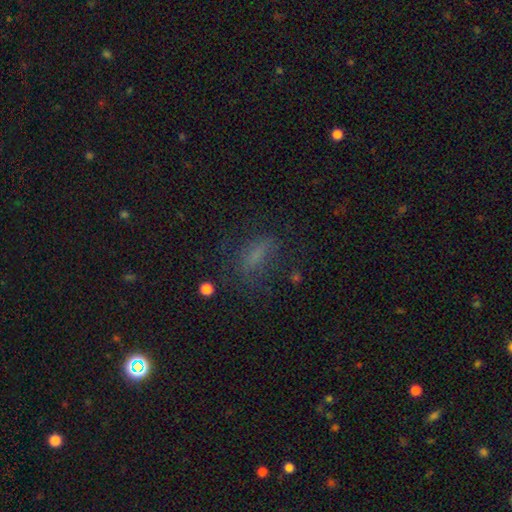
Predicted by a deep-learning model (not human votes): A smooth galaxy with no disk features (62%) that is in between round and cigar-shaped (63%).

Vote fractions:
- Smooth or featured? smooth: 62% / star or artifact: 21% / featured or disk: 17%
- How rounded? in between: 63% / cigar-shaped: 30% / round: 8%
- Merging? none: 58% / minor disturbance: 21% / major disturbance: 19% / merger: 2%